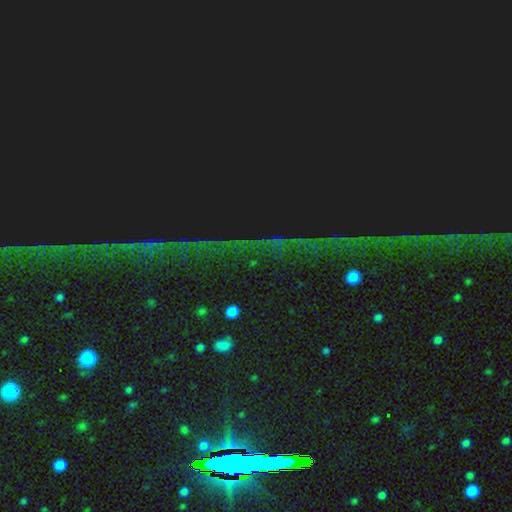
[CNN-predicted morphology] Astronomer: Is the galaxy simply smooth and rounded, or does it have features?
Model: star or artifact — 87%.